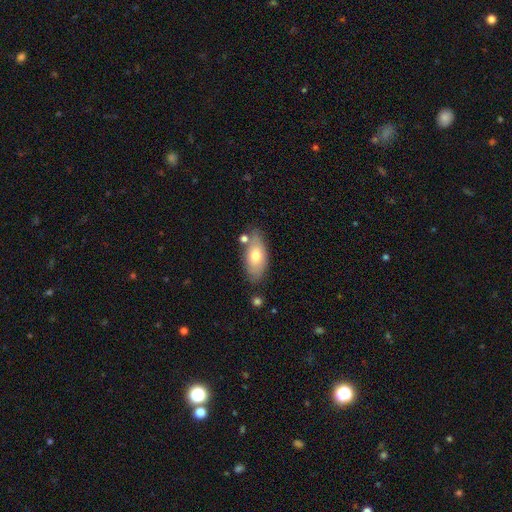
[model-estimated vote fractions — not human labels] Overall: smooth (70%). How rounded: in between (89%). Merging: none (72%).